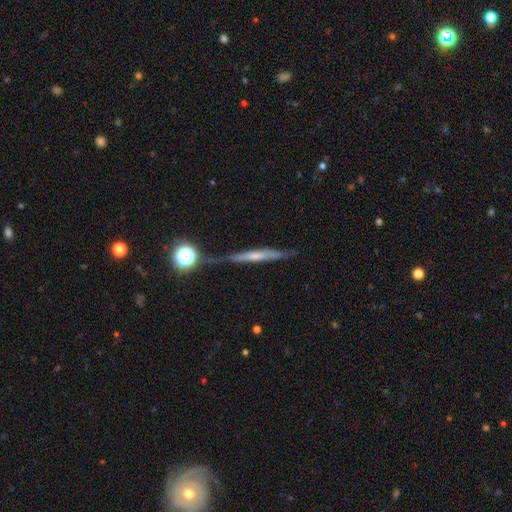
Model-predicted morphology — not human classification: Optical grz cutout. It shows a featured or disk galaxy (50%). Merging: none (70%).